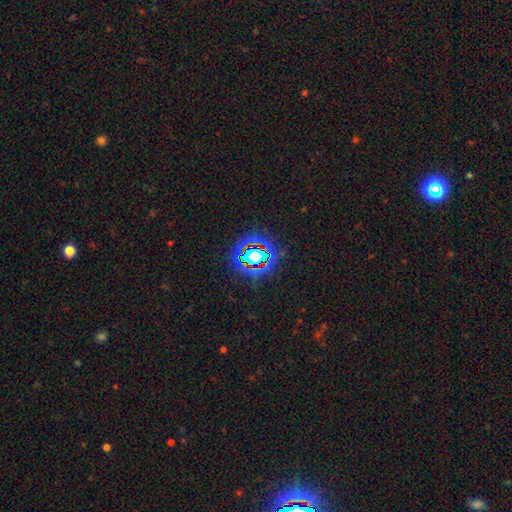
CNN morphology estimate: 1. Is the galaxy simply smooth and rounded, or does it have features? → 76% star or artifact, 14% smooth, 10% featured or disk.